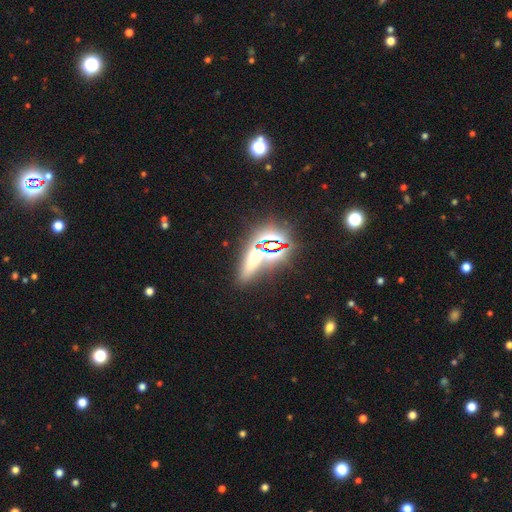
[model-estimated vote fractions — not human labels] Overall: star or artifact (46%; smooth 36%).